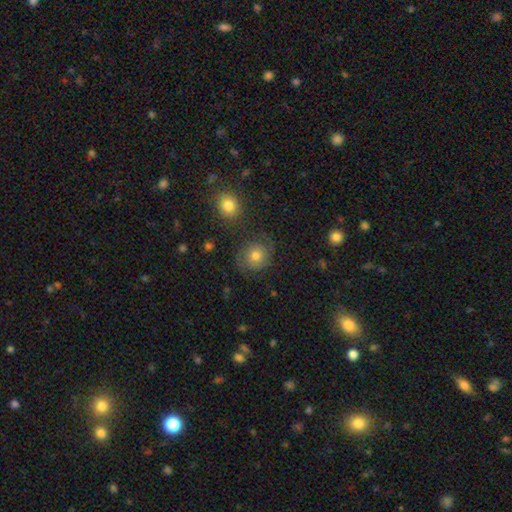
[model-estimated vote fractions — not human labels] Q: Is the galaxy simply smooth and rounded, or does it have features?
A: smooth — 45%.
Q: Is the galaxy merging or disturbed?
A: none — 72%.